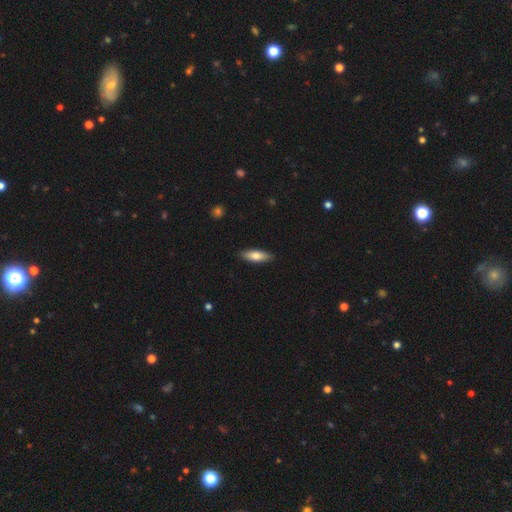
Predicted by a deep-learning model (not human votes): A smooth galaxy with no disk features (75%) that is in between round and cigar-shaped (53%).

Vote fractions:
- Smooth or featured? smooth: 75% / featured or disk: 20% / star or artifact: 6%
- How rounded? in between: 53% / cigar-shaped: 45% / round: 2%
- Merging? none: 89% / minor disturbance: 9% / major disturbance: 2% / merger: 1%